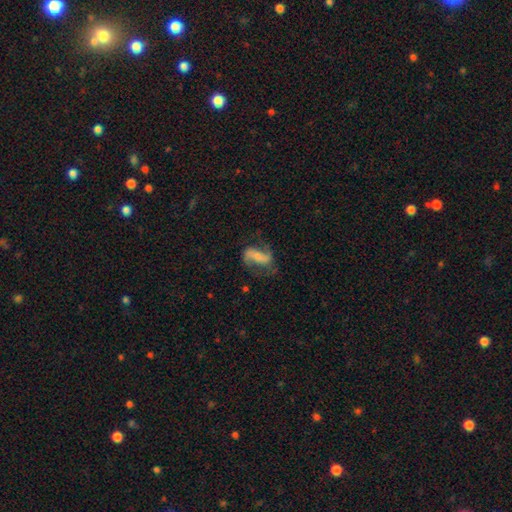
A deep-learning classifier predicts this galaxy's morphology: featured or disk 70%, smooth 22%, star or artifact 8%. Down the decision tree: edge-on disk — no (94%); bar — strong (42%); spiral arms — yes (90%); spiral arm count — 2 (88%); spiral winding — loose (53%); bulge size — small (46%); merging — none (62%).